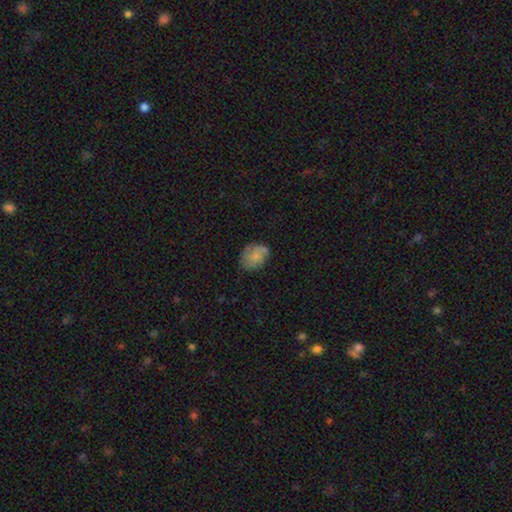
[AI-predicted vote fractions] A smooth galaxy with no disk features (70%) that is in between round and cigar-shaped (63%).

Vote fractions:
- Smooth or featured? smooth: 70% / featured or disk: 21% / star or artifact: 9%
- How rounded? in between: 63% / round: 36% / cigar-shaped: 1%
- Merging? none: 63% / minor disturbance: 26% / major disturbance: 8% / merger: 2%